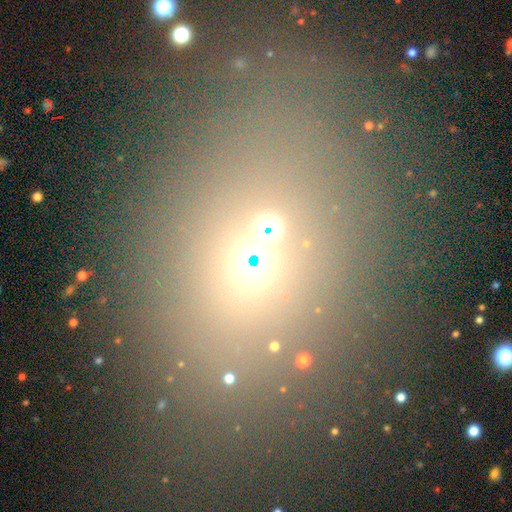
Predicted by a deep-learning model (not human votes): smooth-or-featured: smooth: 48% | star or artifact: 39% | featured or disk: 12%
  merging: none: 71% | merger: 13% | minor disturbance: 11% | major disturbance: 6%